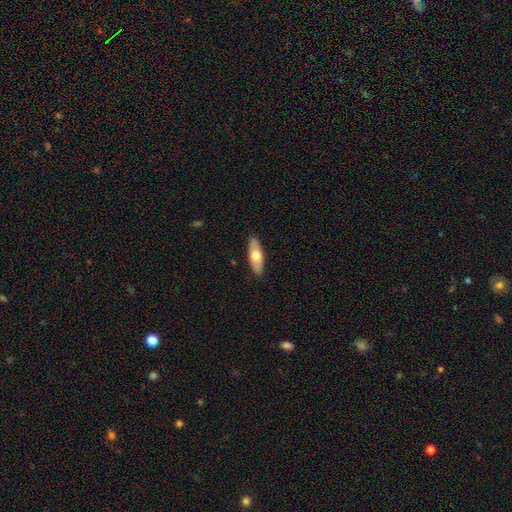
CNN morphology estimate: This appears to be a smooth galaxy with no disk features (58%) that is in between round and cigar-shaped (69%). Merging: none (88%).